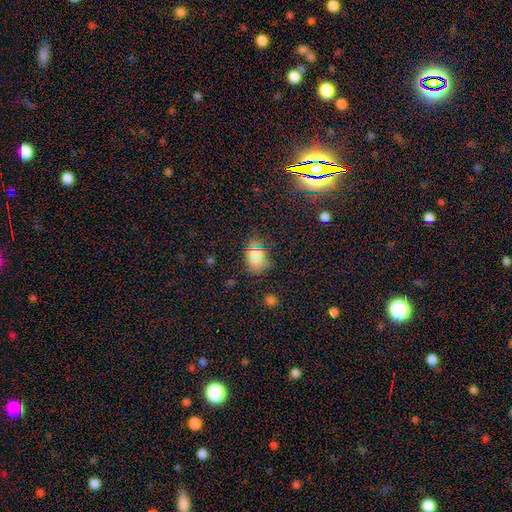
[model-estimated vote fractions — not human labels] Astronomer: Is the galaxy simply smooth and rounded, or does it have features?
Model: smooth — 73%.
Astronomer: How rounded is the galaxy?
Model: in between — 65%.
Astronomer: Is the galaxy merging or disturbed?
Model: none — 63%.